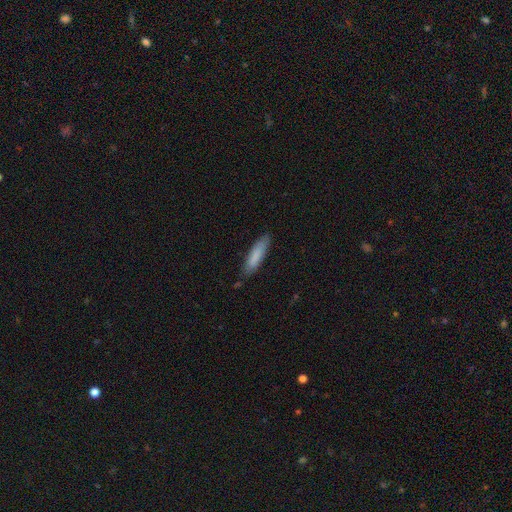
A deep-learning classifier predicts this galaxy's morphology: Q: Smooth or featured?
A: smooth (83%); runner-up: featured or disk (12%)
Q: How rounded?
A: cigar-shaped (75%); runner-up: in between (24%)
Q: Merging?
A: none (81%); runner-up: minor disturbance (15%)